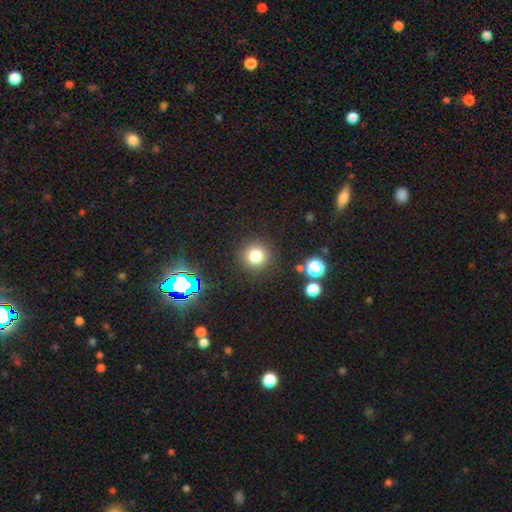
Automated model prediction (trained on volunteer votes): A smooth galaxy with no disk features (78%) that is round (94%).

Vote fractions:
- Smooth or featured? smooth: 78% / star or artifact: 16% / featured or disk: 6%
- How rounded? round: 94% / in between: 5% / cigar-shaped: 1%
- Merging? none: 89% / minor disturbance: 6% / major disturbance: 3% / merger: 2%